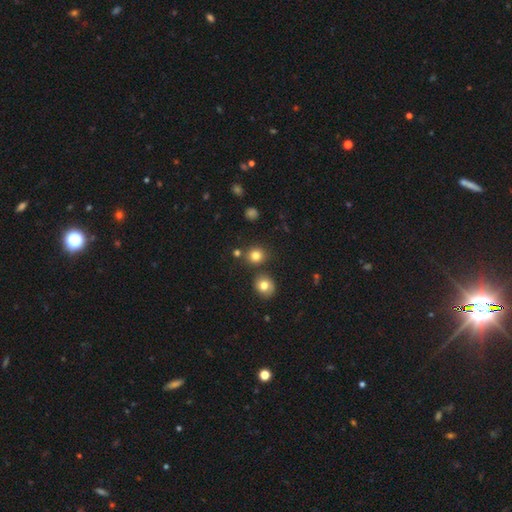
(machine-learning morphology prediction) type=smooth (80%); roundness=round (84%); merging=none (79%).